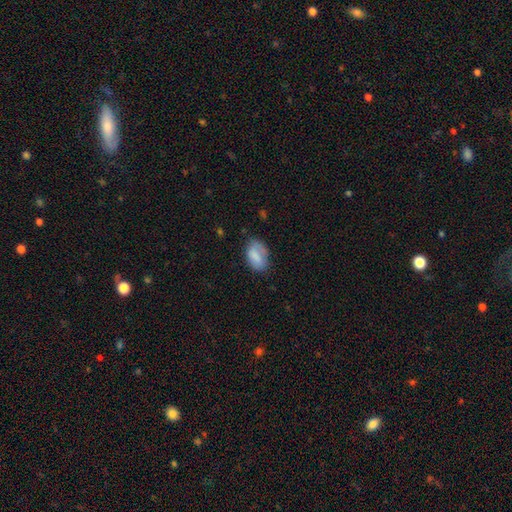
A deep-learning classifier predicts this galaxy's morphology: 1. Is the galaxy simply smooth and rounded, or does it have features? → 79% smooth, 13% featured or disk, 7% star or artifact.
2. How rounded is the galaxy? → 89% in between, 9% round, 2% cigar-shaped.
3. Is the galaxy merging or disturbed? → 61% none, 28% minor disturbance, 9% major disturbance, 2% merger.